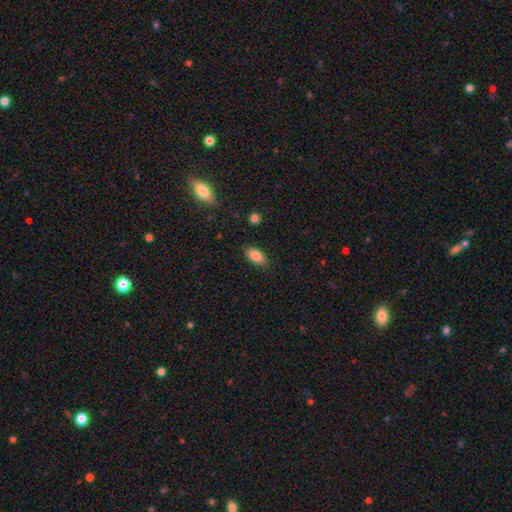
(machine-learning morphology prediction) smooth 83%, featured or disk 9%, star or artifact 8%. Down the decision tree: how rounded — in between (89%); merging — none (82%).